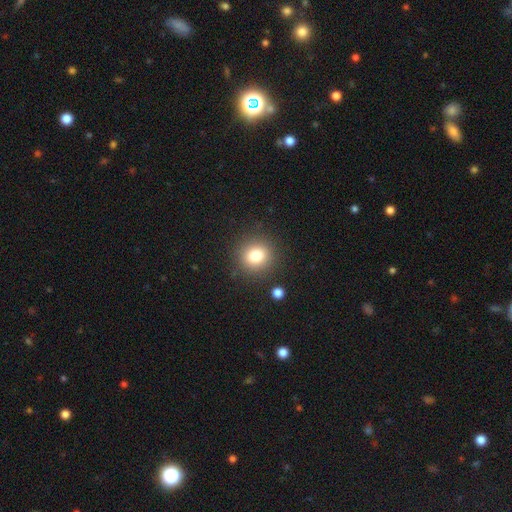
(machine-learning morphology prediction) A smooth galaxy with no disk features (79%) that is round (88%). Merging: none (87%).